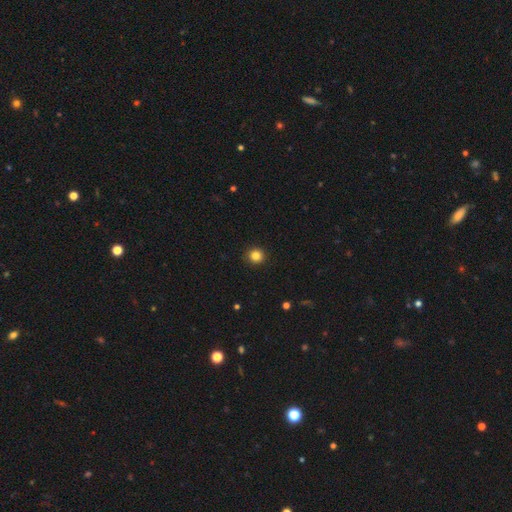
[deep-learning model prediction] A smooth galaxy with no disk features (85%) that is round (94%).

Vote fractions:
- Smooth or featured? smooth: 85% / star or artifact: 12% / featured or disk: 4%
- How rounded? round: 94% / in between: 5% / cigar-shaped: 1%
- Merging? none: 93% / minor disturbance: 4% / major disturbance: 2% / merger: 1%